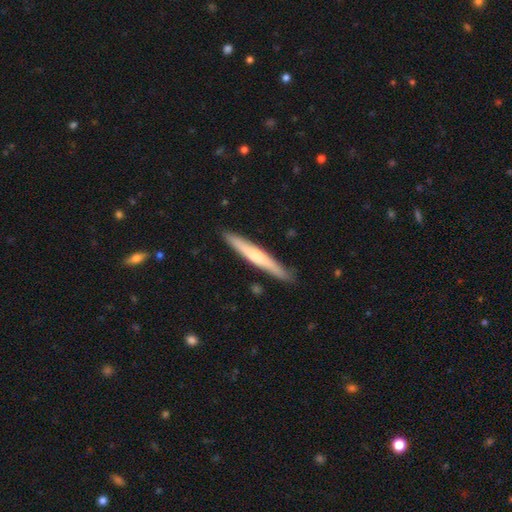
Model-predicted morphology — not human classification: smooth-or-featured: smooth: 48% | featured or disk: 47% | star or artifact: 5%
  merging: none: 88% | minor disturbance: 9% | major disturbance: 1% | merger: 1%